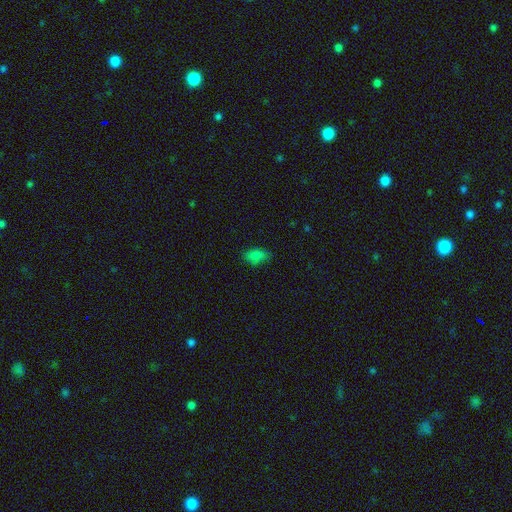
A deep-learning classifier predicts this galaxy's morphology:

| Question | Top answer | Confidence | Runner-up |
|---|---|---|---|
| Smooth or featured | smooth | 82% | star or artifact (12%) |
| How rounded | in between | 89% | round (6%) |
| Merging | none | 79% | minor disturbance (17%) |